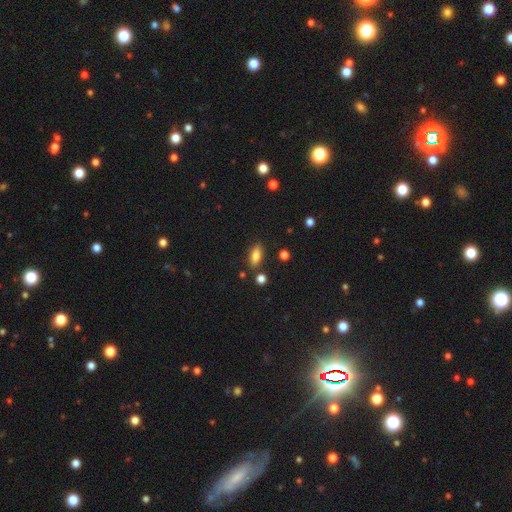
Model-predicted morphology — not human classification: This appears to be a smooth galaxy with no disk features (78%) that is in between round and cigar-shaped (79%). Merging: none (82%).